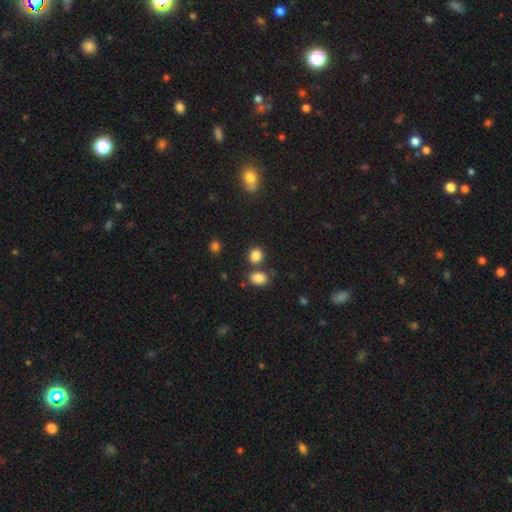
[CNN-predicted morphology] Smooth or featured?
  - smooth: 84% *
  - star or artifact: 12%
  - featured or disk: 5%
How rounded?
  - round: 67% *
  - in between: 31%
  - cigar-shaped: 1%
Merging?
  - none: 71% *
  - merger: 16%
  - minor disturbance: 10%
  - major disturbance: 3%